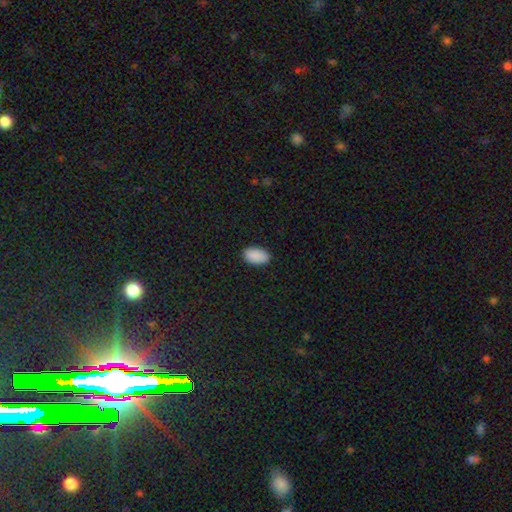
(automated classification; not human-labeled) Smooth or featured?
  - smooth: 91% *
  - star or artifact: 7%
  - featured or disk: 3%
How rounded?
  - in between: 95% *
  - round: 3%
  - cigar-shaped: 1%
Merging?
  - none: 89% *
  - minor disturbance: 8%
  - major disturbance: 2%
  - merger: 1%